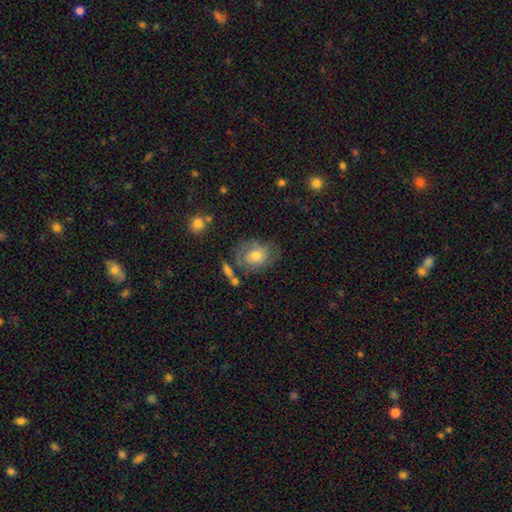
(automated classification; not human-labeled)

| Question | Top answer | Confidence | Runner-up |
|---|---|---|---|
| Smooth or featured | smooth | 46% | featured or disk (45%) |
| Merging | none | 57% | minor disturbance (24%) |